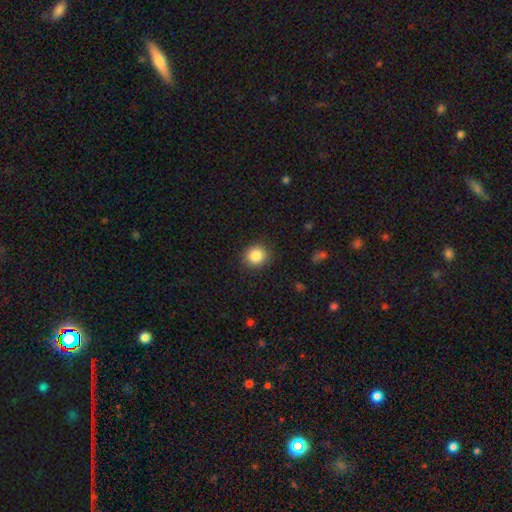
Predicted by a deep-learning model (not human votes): smooth-or-featured: smooth: 86% | star or artifact: 9% | featured or disk: 5%
  how-rounded: round: 87% | in between: 12% | cigar-shaped: 1%
  merging: none: 90% | minor disturbance: 7% | major disturbance: 2% | merger: 1%